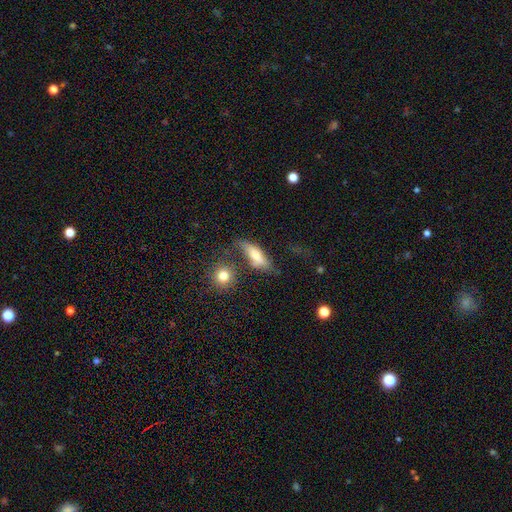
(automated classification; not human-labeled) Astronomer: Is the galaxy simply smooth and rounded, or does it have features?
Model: smooth — 61%.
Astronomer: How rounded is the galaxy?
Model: in between — 58% (runner-up: cigar-shaped, 38%).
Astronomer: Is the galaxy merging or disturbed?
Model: none — 48% (runner-up: minor disturbance, 25%).